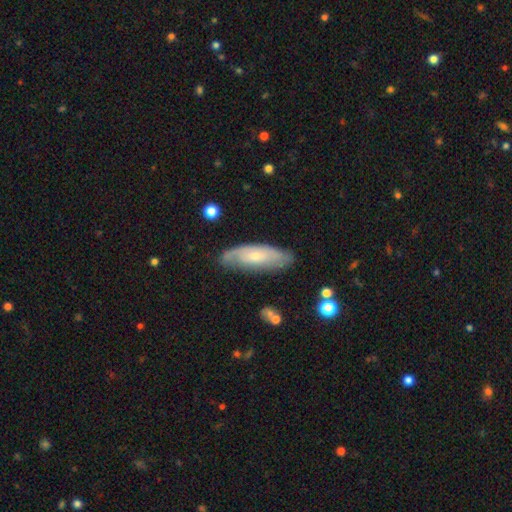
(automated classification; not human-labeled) Morphology: type=featured or disk (55%); edge-on=no (79%); merging=none (73%).